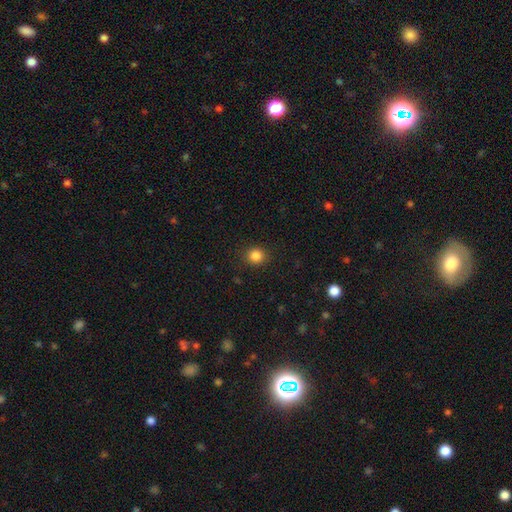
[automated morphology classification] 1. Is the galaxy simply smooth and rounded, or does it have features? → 85% smooth, 12% star or artifact, 4% featured or disk.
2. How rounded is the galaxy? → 89% round, 10% in between, 1% cigar-shaped.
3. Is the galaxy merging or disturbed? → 89% none, 7% minor disturbance, 3% major disturbance, 1% merger.